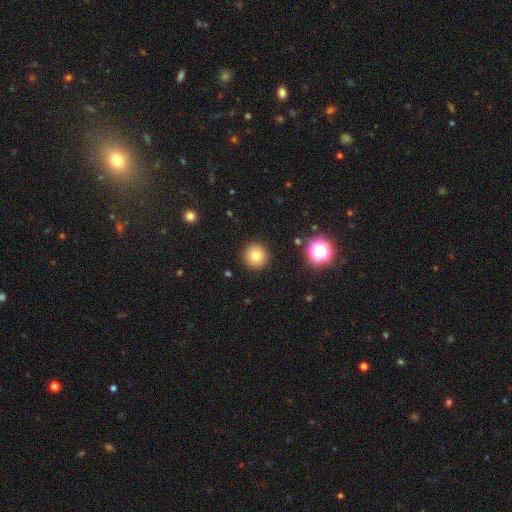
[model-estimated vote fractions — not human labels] Smooth or featured? smooth (77%)
How rounded? round (95%)
Merging? none (92%)